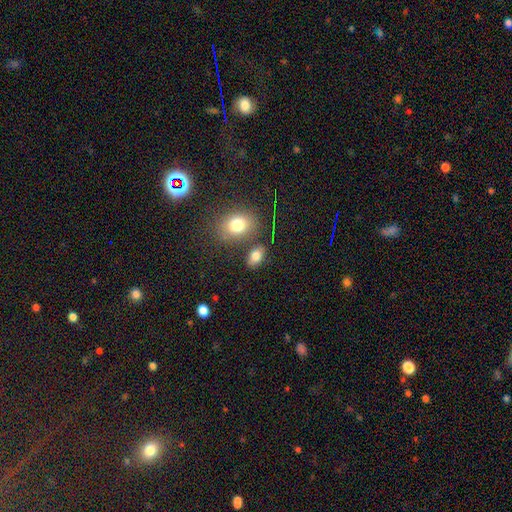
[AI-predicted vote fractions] Overall: smooth (78%). How rounded: in between (81%). Merging: none (74%).